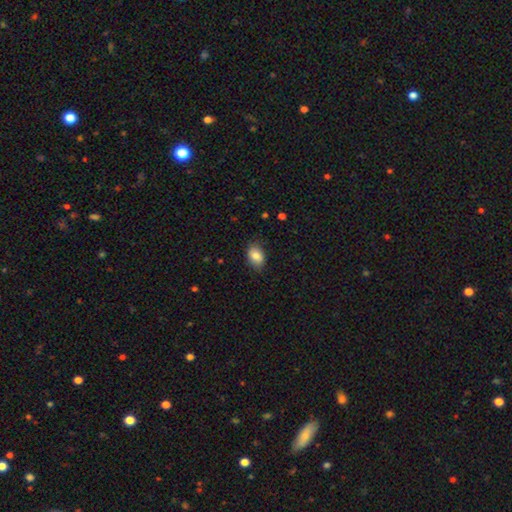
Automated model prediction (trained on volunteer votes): Smooth or featured? smooth (84%)
How rounded? in between (83%)
Merging? none (80%)